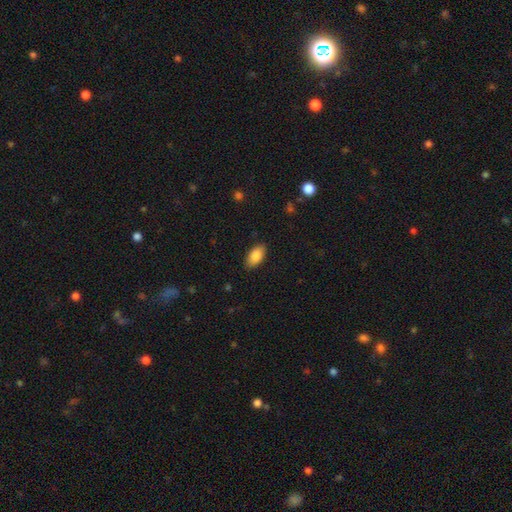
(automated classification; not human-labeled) smooth_or_featured: smooth (p=0.87) [alt: star or artifact p=0.07]
how_rounded: in between (p=0.94) [alt: round p=0.03]
merging: none (p=0.86) [alt: minor disturbance p=0.10]